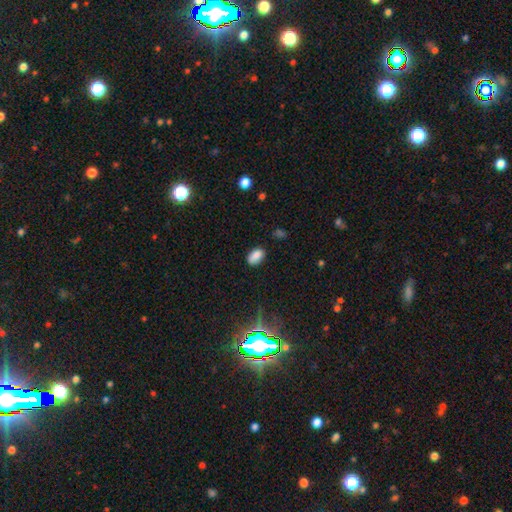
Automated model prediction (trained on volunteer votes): smooth 82%, star or artifact 12%, featured or disk 6%. Down the decision tree: how rounded — in between (91%); merging — none (78%).